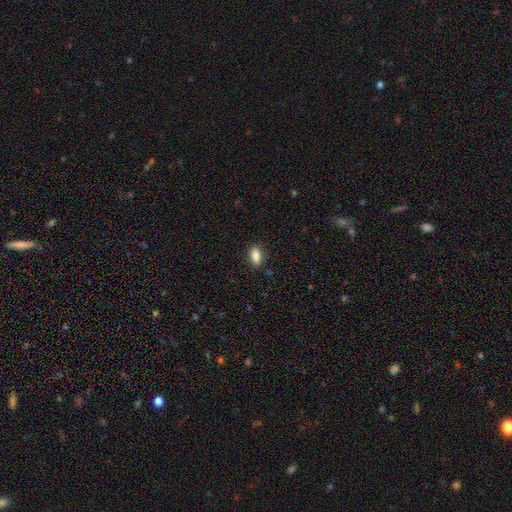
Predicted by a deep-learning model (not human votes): This appears to be a smooth galaxy with no disk features (85%) that is in between round and cigar-shaped (82%). Merging: none (87%).